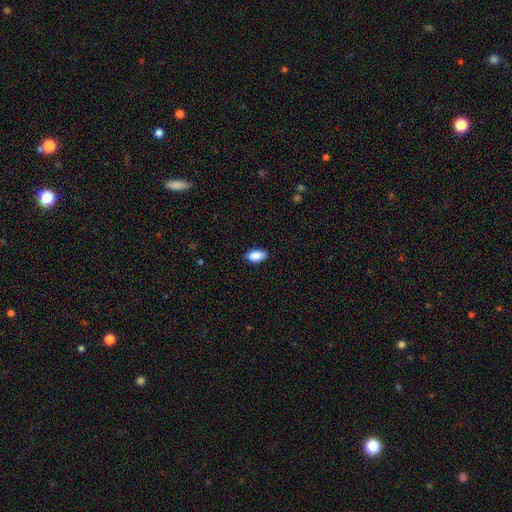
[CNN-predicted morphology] Q: Smooth or featured?
A: smooth (89%); runner-up: star or artifact (7%)
Q: How rounded?
A: in between (93%); runner-up: cigar-shaped (4%)
Q: Merging?
A: none (86%); runner-up: minor disturbance (11%)